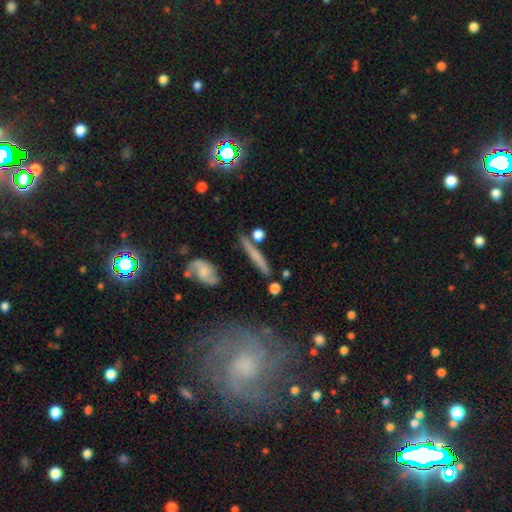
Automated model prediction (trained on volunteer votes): Morphology: type=smooth (48%); merging=none (76%).